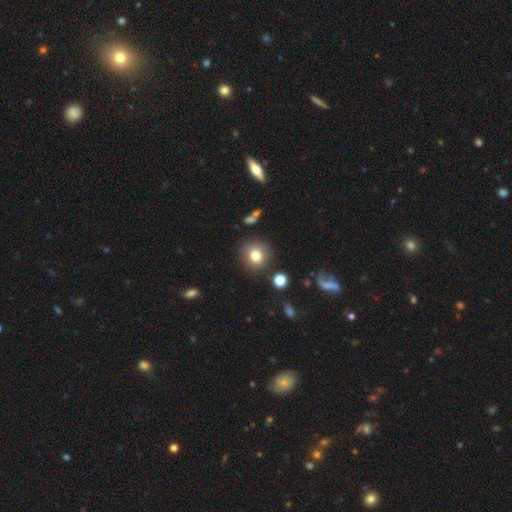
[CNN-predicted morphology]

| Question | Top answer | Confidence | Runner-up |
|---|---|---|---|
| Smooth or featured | smooth | 79% | star or artifact (12%) |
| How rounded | round | 90% | in between (9%) |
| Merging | none | 85% | minor disturbance (9%) |